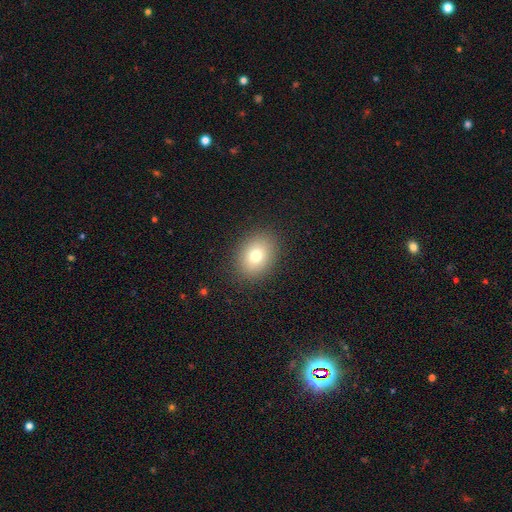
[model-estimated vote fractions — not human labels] Smooth or featured?
  - smooth: 76% *
  - featured or disk: 12%
  - star or artifact: 12%
How rounded?
  - in between: 59% *
  - round: 40%
  - cigar-shaped: 1%
Merging?
  - none: 88% *
  - minor disturbance: 8%
  - major disturbance: 3%
  - merger: 1%